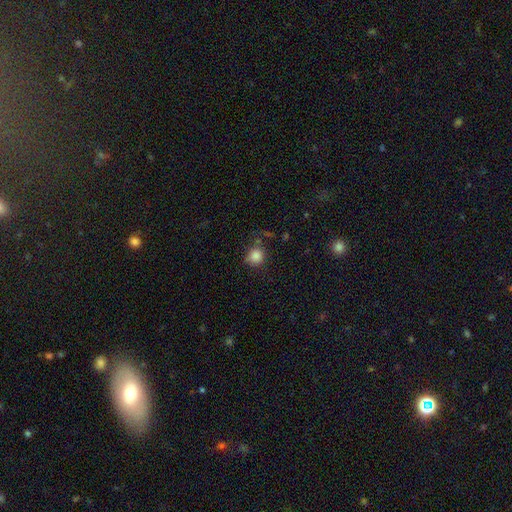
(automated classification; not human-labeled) Smooth or featured? Predicted: smooth (p=0.85). How rounded? Predicted: round (p=0.84). Merging? Predicted: none (p=0.72).